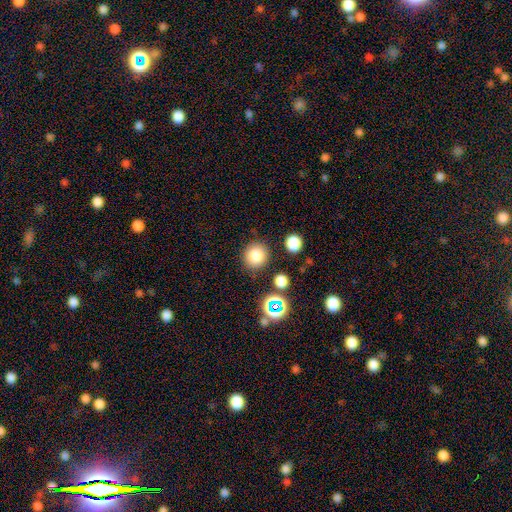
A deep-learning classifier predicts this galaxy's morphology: Smooth or featured?
  - smooth: 80% *
  - star or artifact: 13%
  - featured or disk: 7%
How rounded?
  - round: 88% *
  - in between: 11%
  - cigar-shaped: 1%
Merging?
  - none: 84% *
  - minor disturbance: 9%
  - merger: 4%
  - major disturbance: 3%